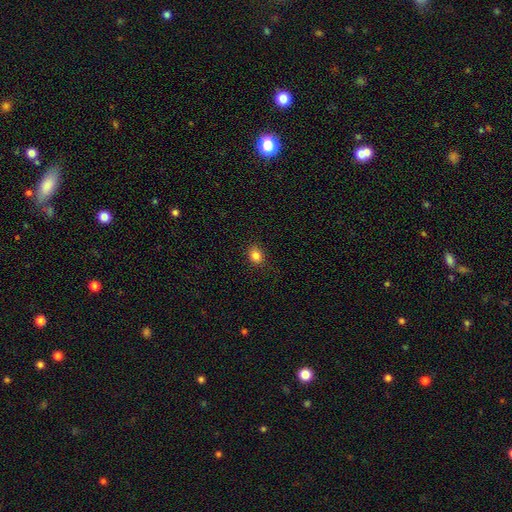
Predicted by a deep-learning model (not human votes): smooth 84%, star or artifact 11%, featured or disk 5%. Down the decision tree: how rounded — round (62%); merging — none (87%).